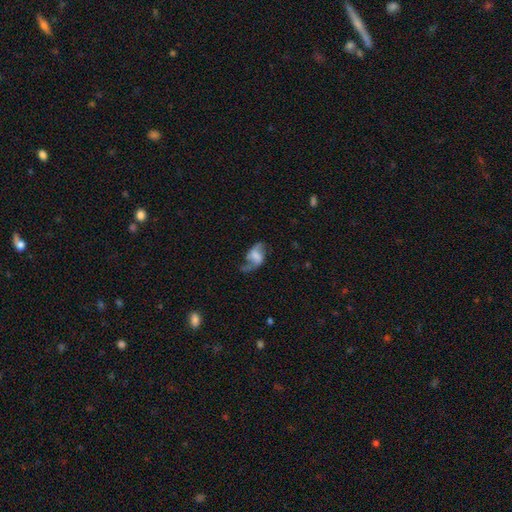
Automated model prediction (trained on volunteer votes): Q: Smooth or featured?
A: featured or disk (65%); runner-up: smooth (26%)
Q: Edge-on disk?
A: no (96%); runner-up: yes (4%)
Q: Bar?
A: weak (44%); runner-up: no (31%)
Q: Spiral arms?
A: yes (86%); runner-up: no (14%)
Q: Spiral winding?
A: loose (68%); runner-up: medium (25%)
Q: Spiral arm count?
A: 2 (82%); runner-up: 1 (10%)
Q: Bulge size?
A: none (37%); runner-up: moderate (21%)
Q: Merging?
A: none (48%); runner-up: minor disturbance (24%)